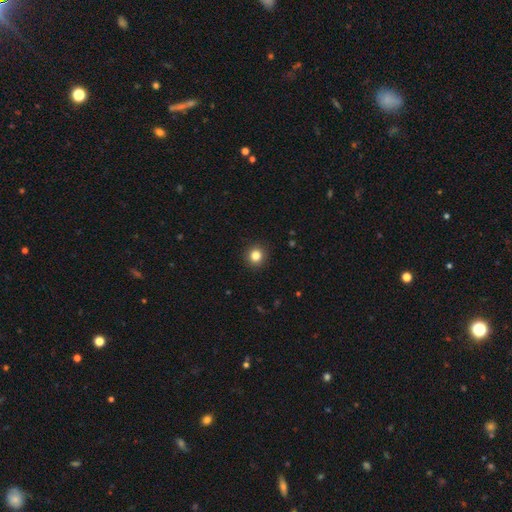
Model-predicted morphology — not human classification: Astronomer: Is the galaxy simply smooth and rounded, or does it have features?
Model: smooth — 84%.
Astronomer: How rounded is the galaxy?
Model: round — 89%.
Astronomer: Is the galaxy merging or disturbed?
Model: none — 92%.